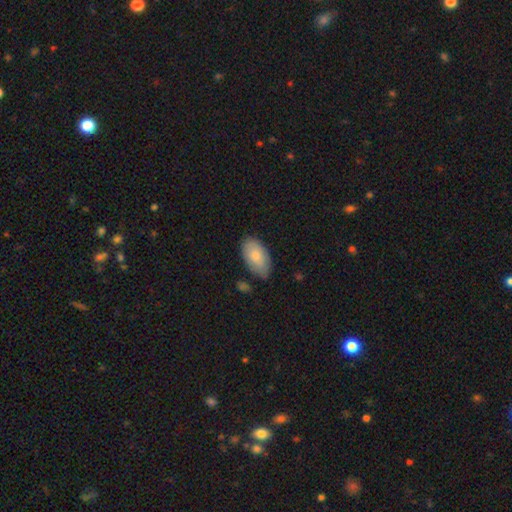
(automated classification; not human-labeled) The model was most divided on "merging": none: 71%, minor disturbance: 22%, major disturbance: 4%, merger: 3%. More confident: how rounded — in between (95%); smooth or featured — smooth (80%).